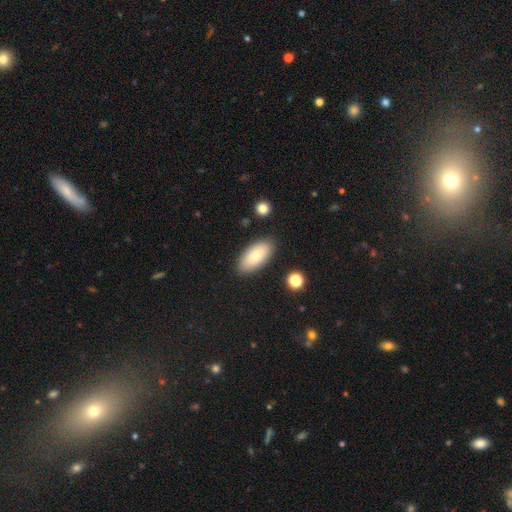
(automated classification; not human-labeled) Morphology: type=smooth (80%); roundness=in between (91%); merging=none (86%).